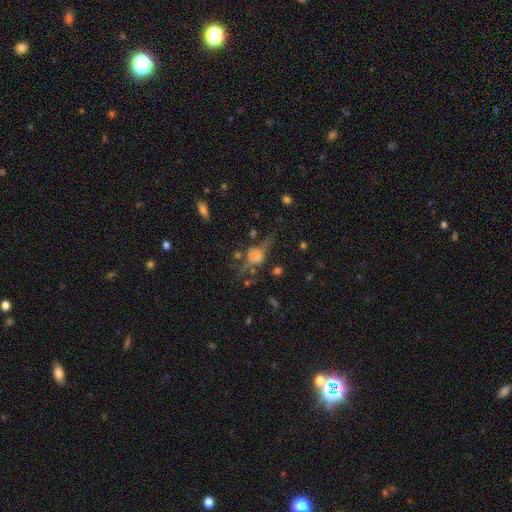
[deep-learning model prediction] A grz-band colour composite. It shows a smooth galaxy with no disk features (44%). Merging: none (36%).